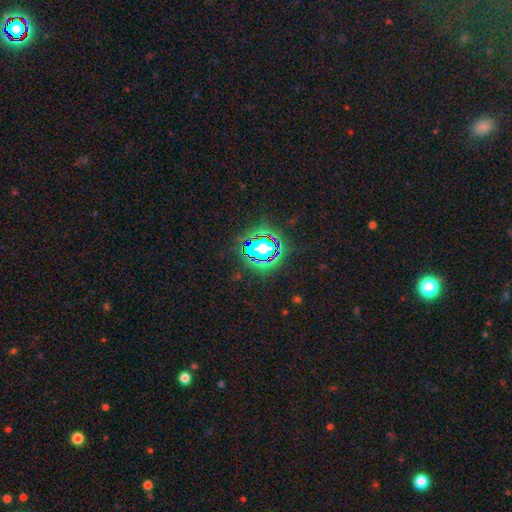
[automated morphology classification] type=star or artifact (76%).